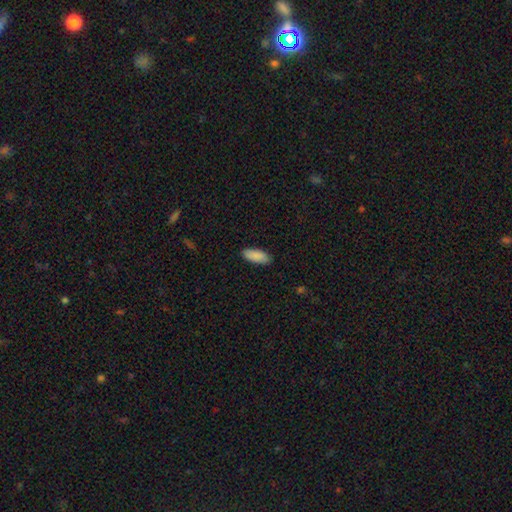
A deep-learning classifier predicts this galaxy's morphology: Smooth or featured?
  - smooth: 90% *
  - star or artifact: 6%
  - featured or disk: 4%
How rounded?
  - in between: 79% *
  - cigar-shaped: 20%
  - round: 2%
Merging?
  - none: 88% *
  - minor disturbance: 9%
  - major disturbance: 2%
  - merger: 1%